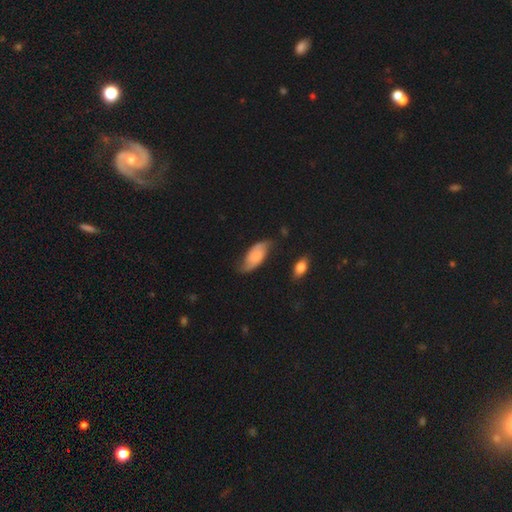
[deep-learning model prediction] Smooth or featured? featured or disk (56%)
Edge-on disk? no (93%)
Bar? no (63%)
Spiral arms? yes (92%)
Bulge size? none (44%)
Merging? none (66%)